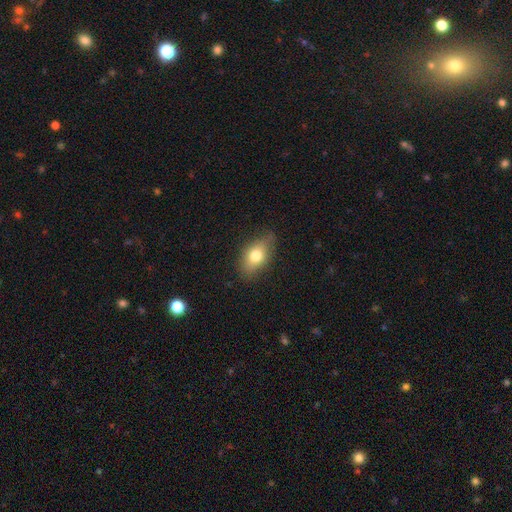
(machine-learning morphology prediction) A smooth galaxy with no disk features (74%) that is in between round and cigar-shaped (84%). Merging: none (75%).